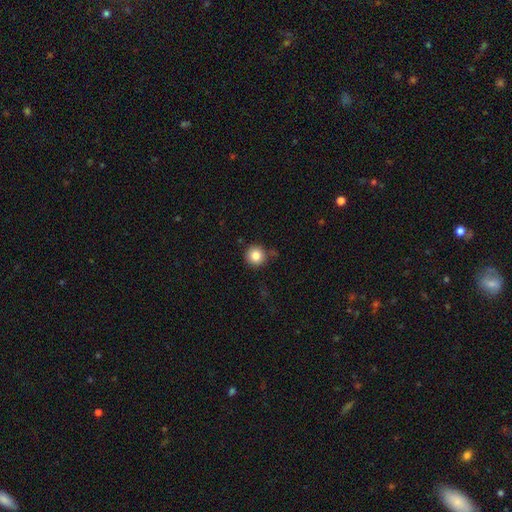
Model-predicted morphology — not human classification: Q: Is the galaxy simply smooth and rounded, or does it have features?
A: smooth — 82%.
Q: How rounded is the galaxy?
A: round — 95%.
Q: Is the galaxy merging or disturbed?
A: none — 83%.